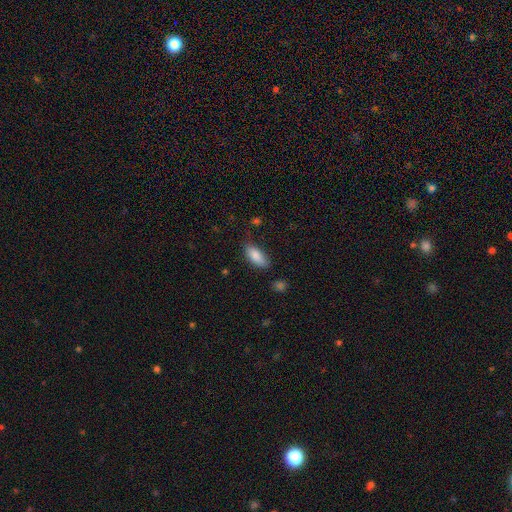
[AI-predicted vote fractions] Overall: smooth (85%). How rounded: in between (85%). Merging: none (78%).